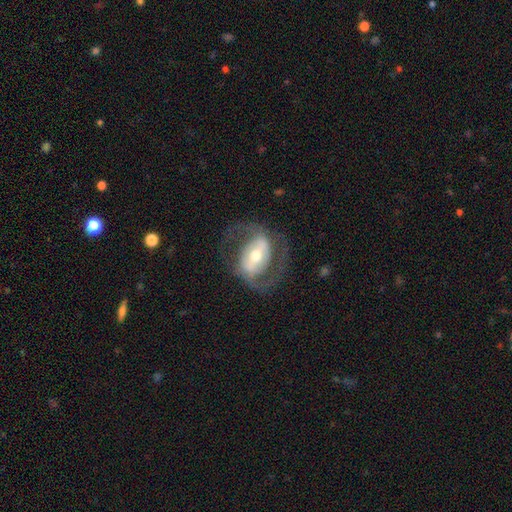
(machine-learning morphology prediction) Smooth or featured?
  - featured or disk: 81% *
  - smooth: 14%
  - star or artifact: 5%
Edge-on disk?
  - no: 96% *
  - yes: 4%
Bar?
  - strong: 47% *
  - weak: 33%
  - no: 21%
Spiral arms?
  - yes: 82% *
  - no: 18%
Spiral winding?
  - medium: 53% *
  - loose: 26%
  - tight: 22%
Spiral arm count?
  - 2: 88% *
  - can't tell: 6%
  - 1: 3%
  - 3: 1%
  - 4: 1%
  - more than 4: 1%
Bulge size?
  - moderate: 63% *
  - small: 26%
  - large: 9%
  - dominant: 1%
  - none: 1%
Merging?
  - none: 69% *
  - major disturbance: 15%
  - minor disturbance: 14%
  - merger: 1%